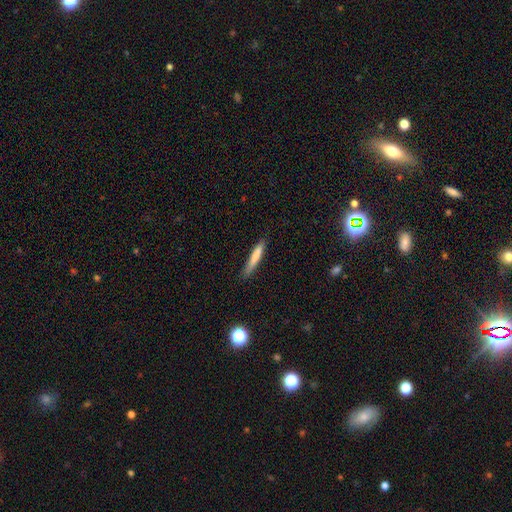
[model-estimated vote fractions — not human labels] A smooth galaxy with no disk features (76%) that is cigar-shaped (92%).

Vote fractions:
- Smooth or featured? smooth: 76% / featured or disk: 17% / star or artifact: 7%
- How rounded? cigar-shaped: 92% / in between: 7% / round: 1%
- Merging? none: 78% / minor disturbance: 17% / major disturbance: 3% / merger: 1%